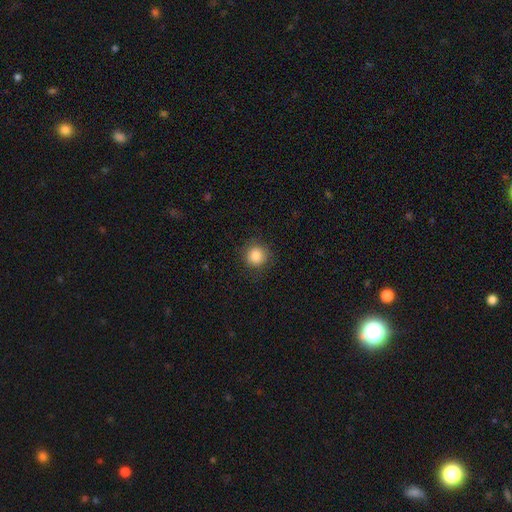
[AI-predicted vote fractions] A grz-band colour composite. It shows a smooth galaxy with no disk features (85%) that is round (92%). Merging: none (86%).